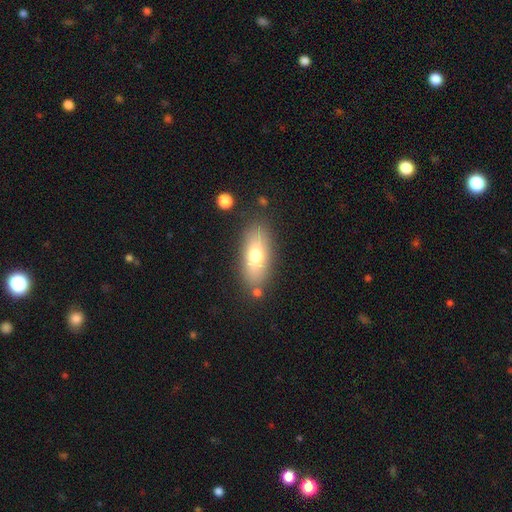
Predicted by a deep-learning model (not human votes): This is likely a smooth galaxy (71%). How rounded: likely in between (79%). Merging: clearly none (80%).